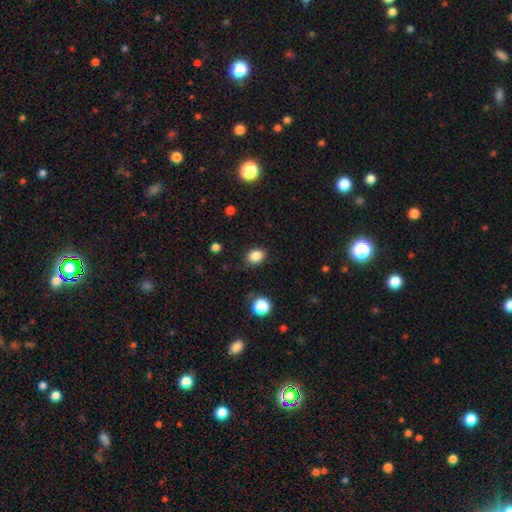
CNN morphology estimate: Smooth or featured: smooth — 86% (star or artifact — 10%)
How rounded: in between — 62% (round — 37%)
Merging: none — 84% (minor disturbance — 12%)